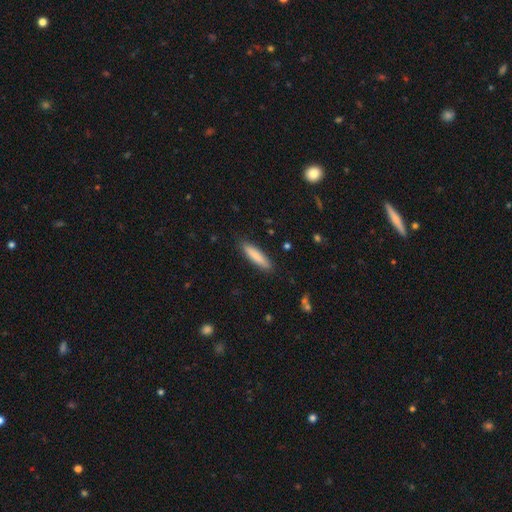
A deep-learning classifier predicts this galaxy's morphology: smooth 83%, featured or disk 11%, star or artifact 6%. Down the decision tree: how rounded — cigar-shaped (80%); merging — none (87%).